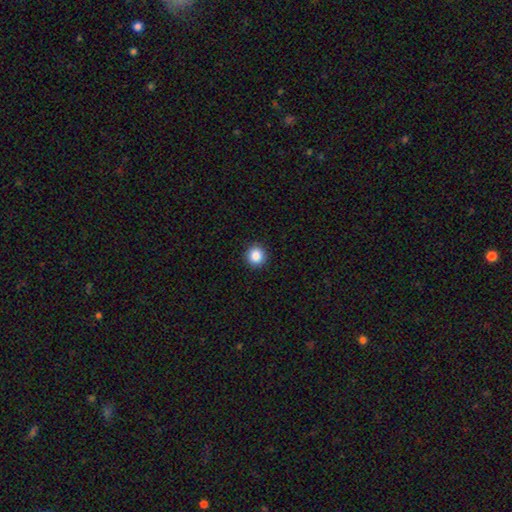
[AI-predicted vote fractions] Morphology: type=smooth (86%); roundness=round (95%); merging=none (93%).